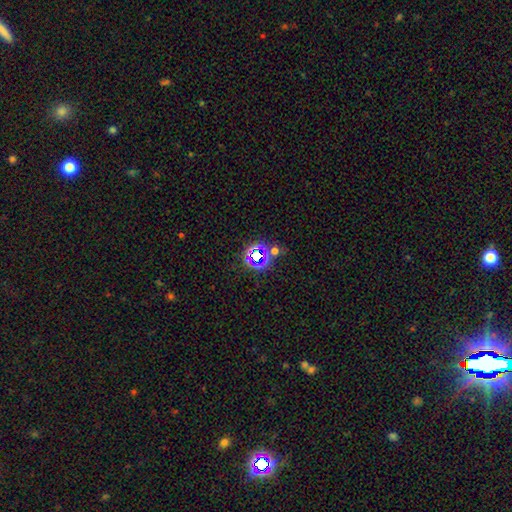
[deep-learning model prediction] Morphology: type=star or artifact (66%).